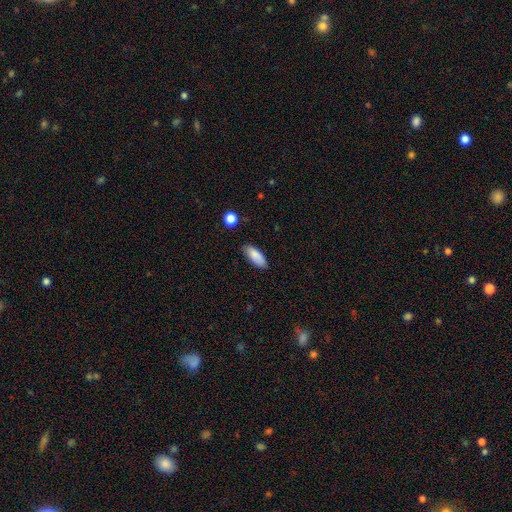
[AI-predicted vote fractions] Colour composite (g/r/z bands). It shows a smooth galaxy with no disk features (87%) that is in between round and cigar-shaped (78%). Merging: none (80%).